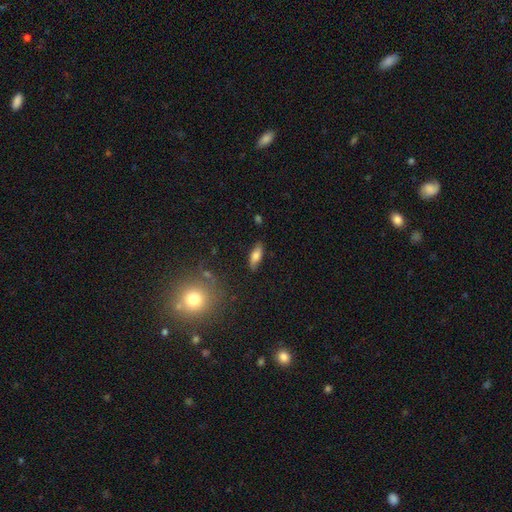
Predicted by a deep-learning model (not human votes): Smooth or featured? Predicted: smooth (p=0.74). How rounded? Predicted: in between (p=0.71). Merging? Predicted: none (p=0.84).